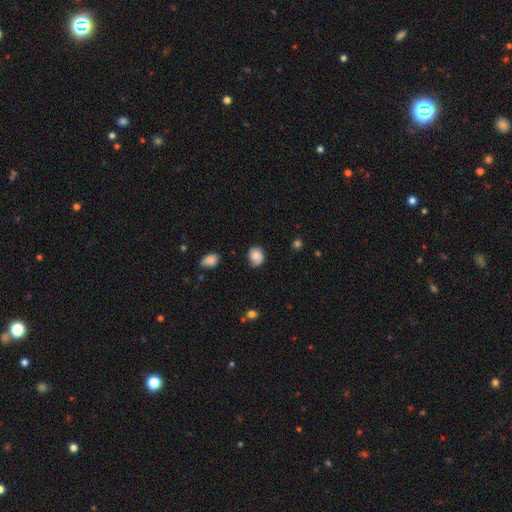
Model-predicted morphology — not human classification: A smooth galaxy with no disk features (75%) that is round (57%). Merging: none (64%).